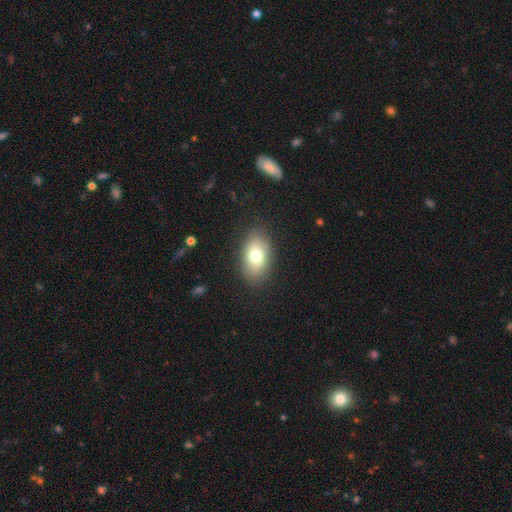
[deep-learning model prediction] smooth-or-featured: smooth: 75% | featured or disk: 15% | star or artifact: 9%
  how-rounded: in between: 87% | round: 11% | cigar-shaped: 2%
  merging: none: 85% | minor disturbance: 10% | major disturbance: 4% | merger: 1%